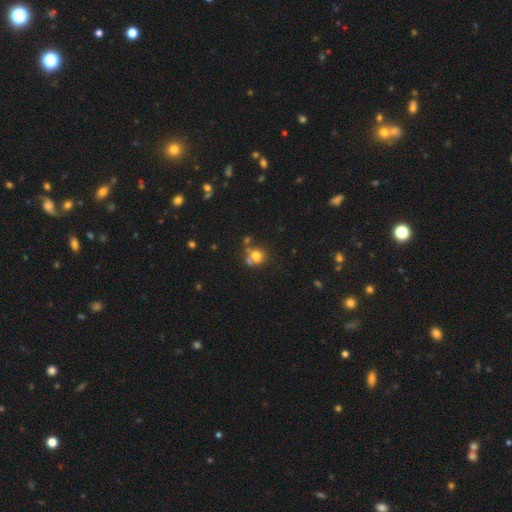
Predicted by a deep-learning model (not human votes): Smooth or featured?
  - smooth: 73% *
  - featured or disk: 14%
  - star or artifact: 13%
How rounded?
  - round: 83% *
  - in between: 16%
  - cigar-shaped: 1%
Merging?
  - none: 53% *
  - merger: 27%
  - minor disturbance: 14%
  - major disturbance: 6%